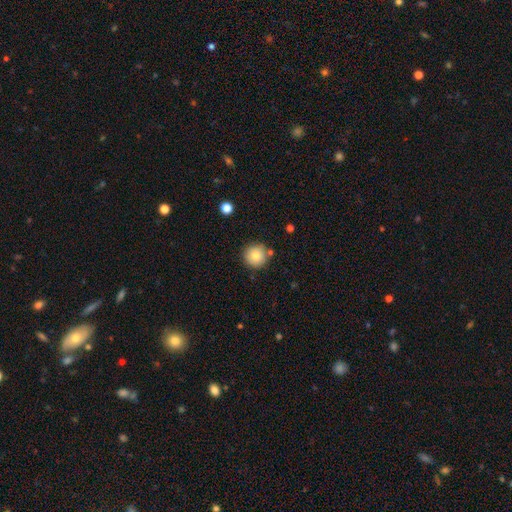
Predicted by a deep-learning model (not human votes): smooth-or-featured: smooth: 81% | star or artifact: 10% | featured or disk: 9%
  how-rounded: round: 95% | in between: 4% | cigar-shaped: 1%
  merging: none: 83% | minor disturbance: 9% | merger: 6% | major disturbance: 2%